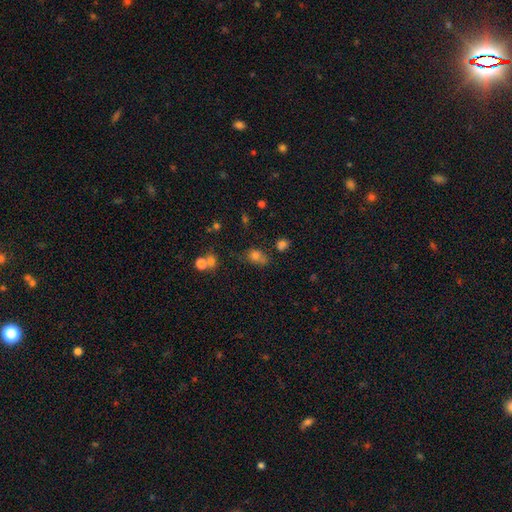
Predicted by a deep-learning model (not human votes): A smooth galaxy with no disk features (74%) that is in between round and cigar-shaped (63%).

Vote fractions:
- Smooth or featured? smooth: 74% / star or artifact: 16% / featured or disk: 10%
- How rounded? in between: 63% / round: 35% / cigar-shaped: 2%
- Merging? none: 46% / minor disturbance: 28% / major disturbance: 14% / merger: 12%